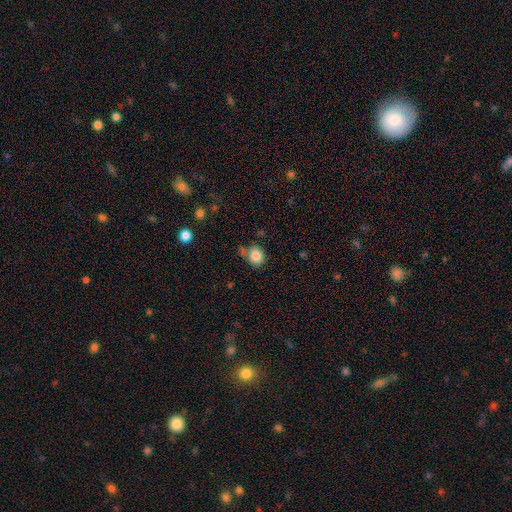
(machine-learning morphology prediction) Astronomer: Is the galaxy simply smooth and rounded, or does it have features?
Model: smooth — 85%.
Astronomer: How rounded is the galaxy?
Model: round — 73%.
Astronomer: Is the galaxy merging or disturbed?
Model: none — 62%.